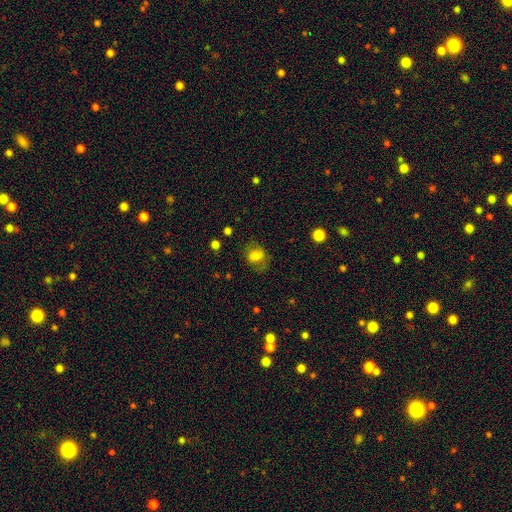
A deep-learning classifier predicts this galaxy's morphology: Q: Smooth or featured?
A: smooth (72%); runner-up: featured or disk (18%)
Q: How rounded?
A: round (51%); runner-up: in between (48%)
Q: Merging?
A: none (64%); runner-up: minor disturbance (21%)